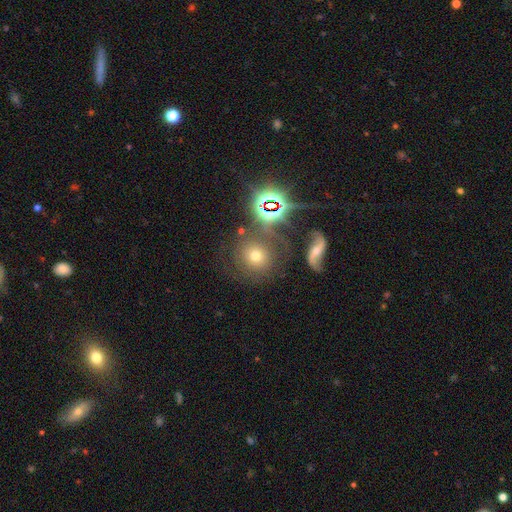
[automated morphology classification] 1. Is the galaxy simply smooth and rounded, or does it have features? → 55% smooth, 25% star or artifact, 20% featured or disk.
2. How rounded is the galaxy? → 88% round, 11% in between, 1% cigar-shaped.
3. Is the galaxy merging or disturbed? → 71% none, 11% minor disturbance, 9% merger, 8% major disturbance.